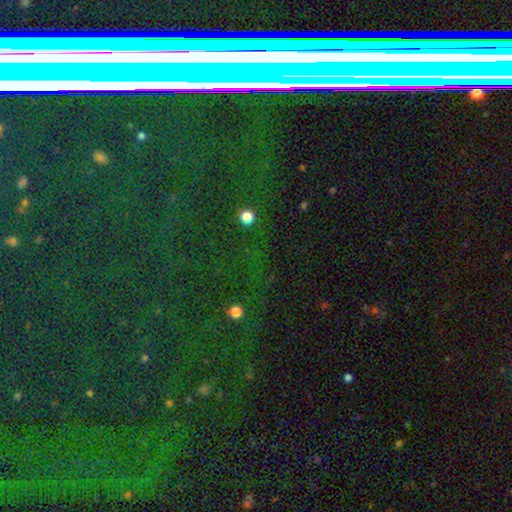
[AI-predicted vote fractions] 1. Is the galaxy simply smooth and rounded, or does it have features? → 70% star or artifact, 17% featured or disk, 13% smooth.